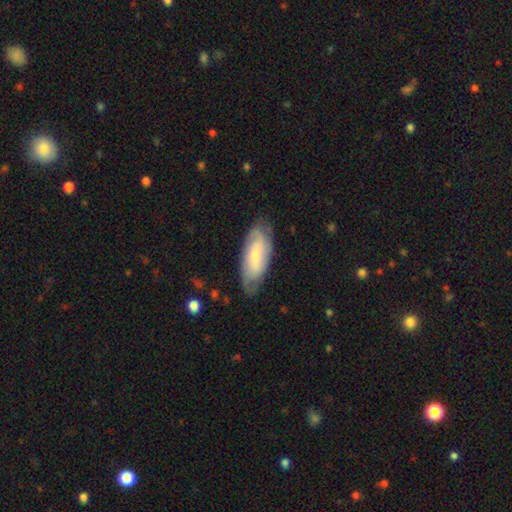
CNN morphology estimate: Overall: featured or disk (56%; smooth 38%). Edge-on disk: no (89%). Merging: none (73%).